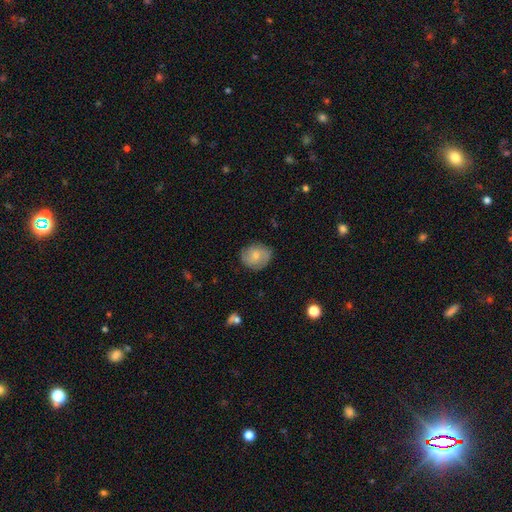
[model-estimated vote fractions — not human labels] smooth 64%, featured or disk 29%, star or artifact 7%. Down the decision tree: how rounded — round (71%); merging — none (78%).